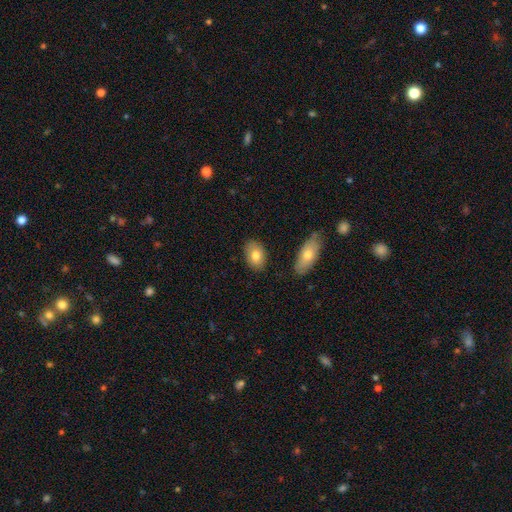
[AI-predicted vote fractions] The model was most divided on "smooth or featured": smooth: 79%, featured or disk: 15%, star or artifact: 7%. More confident: how rounded — in between (84%); merging — none (84%).